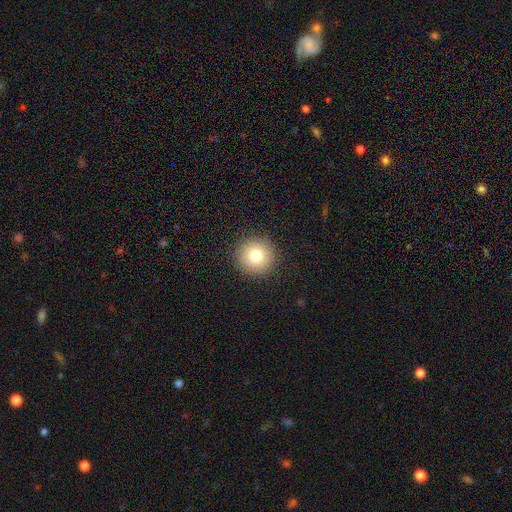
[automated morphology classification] smooth_or_featured: smooth (p=0.79) [alt: star or artifact p=0.11]
how_rounded: round (p=0.95) [alt: in between p=0.04]
merging: none (p=0.92) [alt: minor disturbance p=0.05]